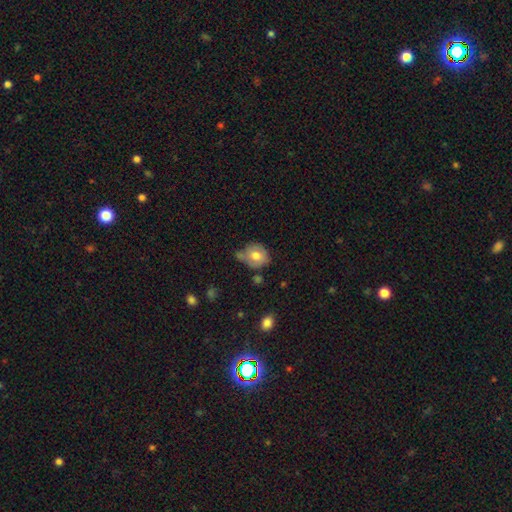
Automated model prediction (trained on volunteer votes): The model was most divided on "merging": none: 47%, minor disturbance: 32%, merger: 11%, major disturbance: 11%. More confident: smooth or featured — smooth (69%); how rounded — round (62%).